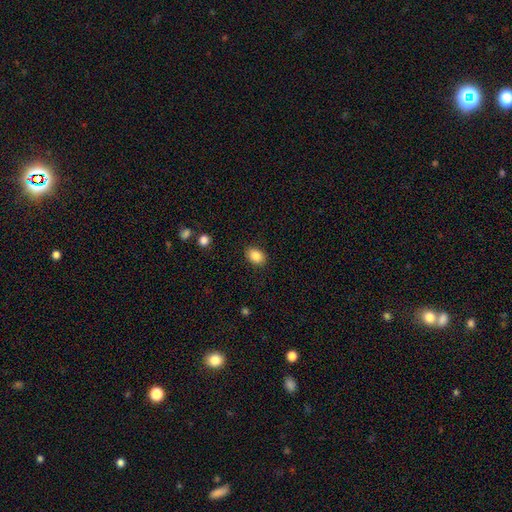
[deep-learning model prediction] A smooth galaxy with no disk features (87%) that is in between round and cigar-shaped (74%). Merging: none (88%).